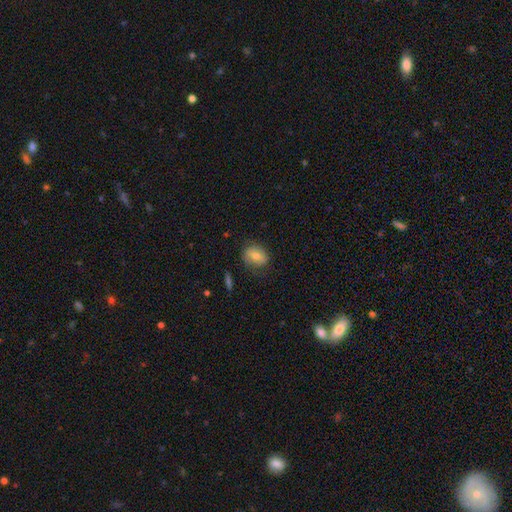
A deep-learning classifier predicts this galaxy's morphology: A smooth galaxy with no disk features (67%) that is in between round and cigar-shaped (56%).

Vote fractions:
- Smooth or featured? smooth: 67% / featured or disk: 25% / star or artifact: 8%
- How rounded? in between: 56% / round: 42% / cigar-shaped: 2%
- Merging? none: 73% / minor disturbance: 20% / major disturbance: 6% / merger: 1%